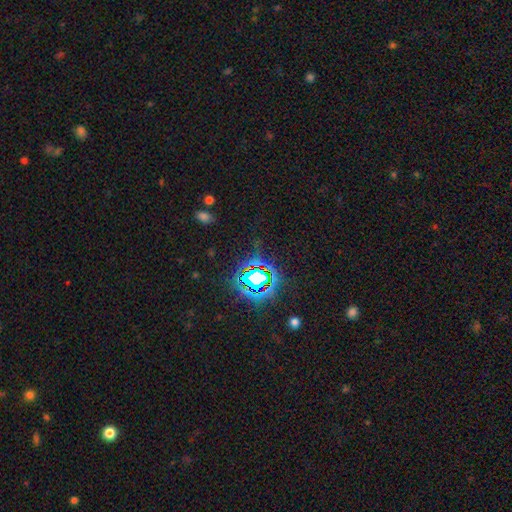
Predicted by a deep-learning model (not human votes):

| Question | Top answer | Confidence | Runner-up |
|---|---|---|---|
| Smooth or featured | star or artifact | 78% | smooth (13%) |